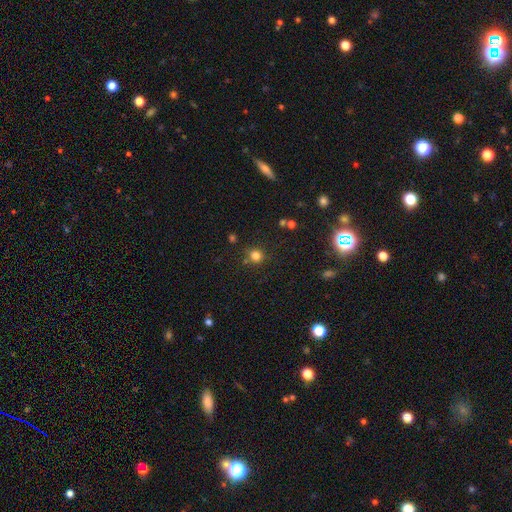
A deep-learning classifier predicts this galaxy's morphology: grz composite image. It shows a smooth galaxy with no disk features (79%) that is round (90%). Merging: none (80%).